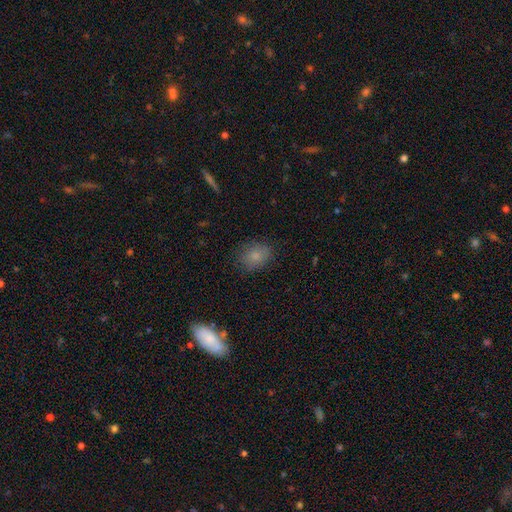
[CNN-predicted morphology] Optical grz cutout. It shows a smooth galaxy with no disk features (82%) that is in between round and cigar-shaped (58%). Merging: none (82%).